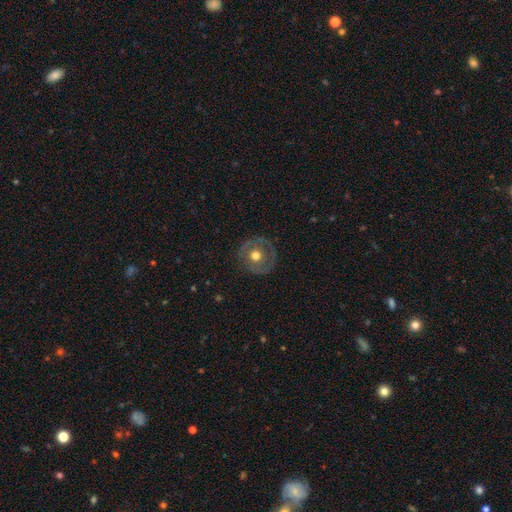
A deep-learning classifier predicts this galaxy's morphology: The model was most divided on "smooth or featured": featured or disk: 49%, smooth: 43%, star or artifact: 7%. More confident: merging — none (82%).